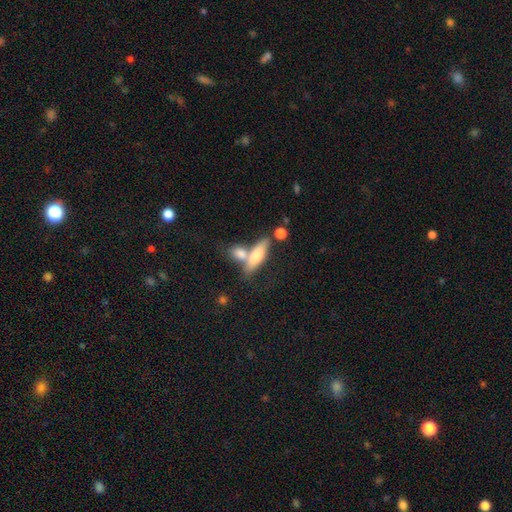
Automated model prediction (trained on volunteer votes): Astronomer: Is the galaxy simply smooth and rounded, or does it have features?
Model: smooth — 72%.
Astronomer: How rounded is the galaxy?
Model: in between — 49% (runner-up: cigar-shaped, 47%).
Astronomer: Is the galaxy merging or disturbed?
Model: merger — 42% (runner-up: none, 39%).